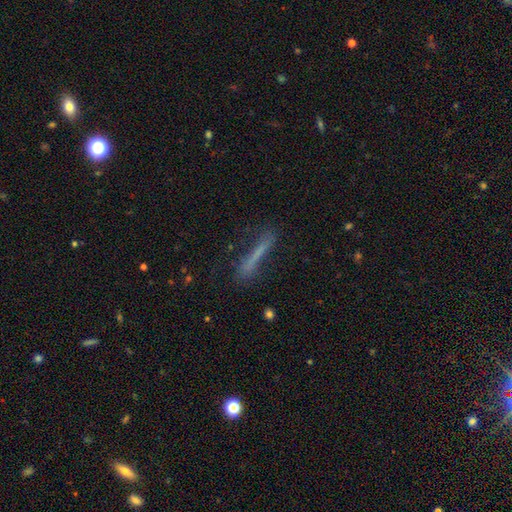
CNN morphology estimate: Smooth or featured? Predicted: smooth (p=0.59). How rounded? Predicted: cigar-shaped (p=0.94). Merging? Predicted: none (p=0.73).